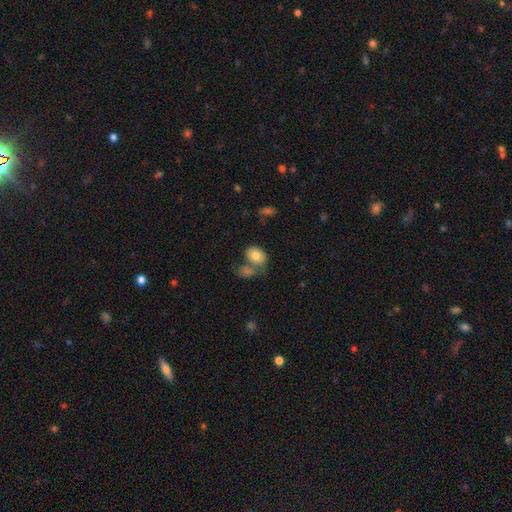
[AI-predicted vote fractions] Morphology: type=smooth (78%); roundness=in between (66%); merging=none (44%).